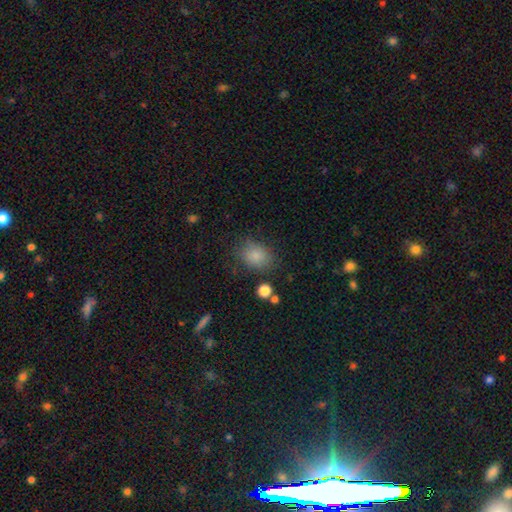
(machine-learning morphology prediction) Smooth or featured: smooth — 83% (star or artifact — 11%)
How rounded: in between — 58% (round — 41%)
Merging: none — 75% (minor disturbance — 16%)